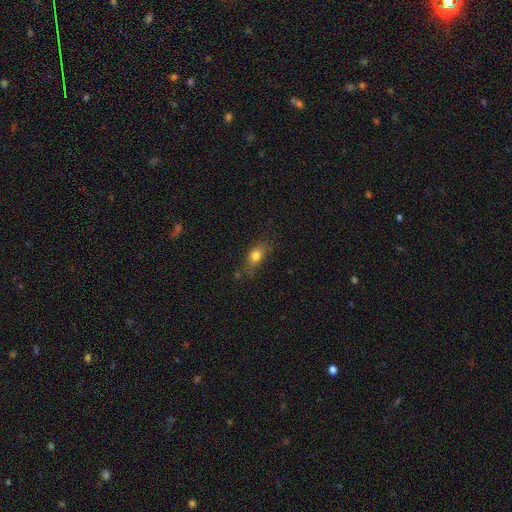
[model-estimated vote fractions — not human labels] smooth-or-featured: smooth: 77% | featured or disk: 12% | star or artifact: 11%
  how-rounded: in between: 71% | round: 19% | cigar-shaped: 11%
  merging: none: 65% | minor disturbance: 24% | major disturbance: 8% | merger: 4%